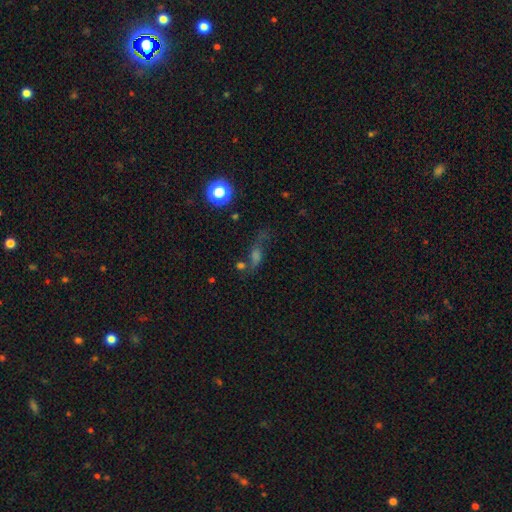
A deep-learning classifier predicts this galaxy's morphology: featured or disk 35%, smooth 34%, star or artifact 30%. Down the decision tree: merging — none (49%).